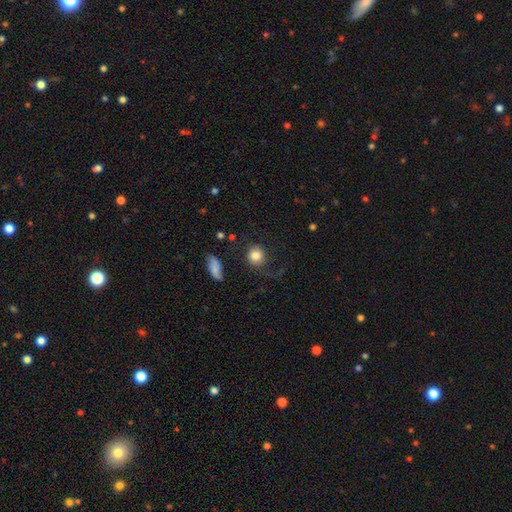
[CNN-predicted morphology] smooth_or_featured: smooth (p=0.80) [alt: featured or disk p=0.12]
how_rounded: round (p=0.85) [alt: in between p=0.14]
merging: none (p=0.58) [alt: major disturbance p=0.22]